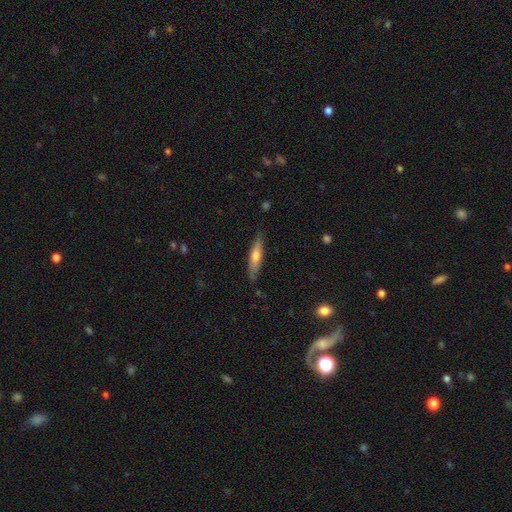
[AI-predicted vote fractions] Overall: smooth (49%; featured or disk 45%). Merging: none (84%).